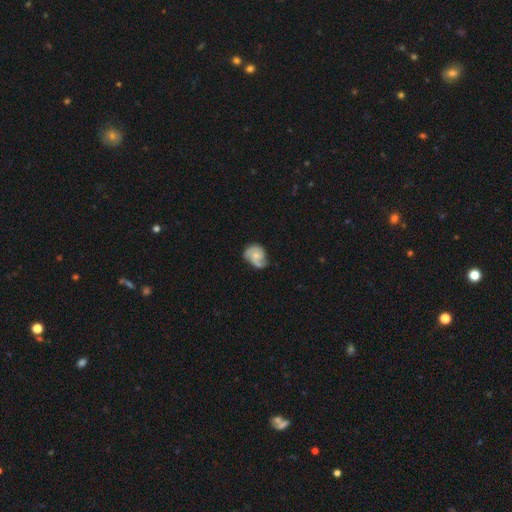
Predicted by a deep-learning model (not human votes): Overall: featured or disk (71%). Edge-on disk: no (98%). Bar: no (68%). Spiral arms: yes (94%). Spiral arm count: 2 (63%). Spiral winding: medium (44%; tight 37%). Bulge size: small (54%; moderate 36%). Merging: none (56%; minor disturbance 29%).